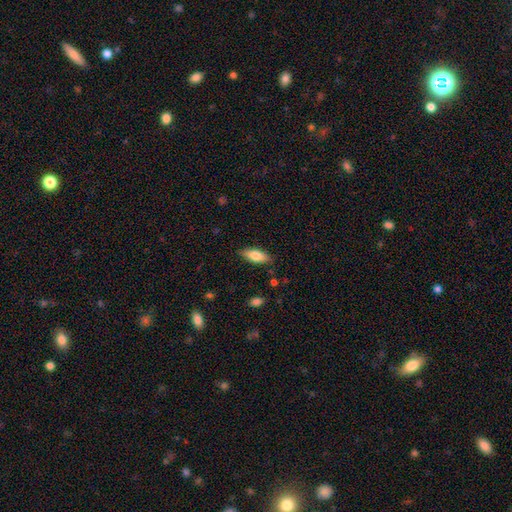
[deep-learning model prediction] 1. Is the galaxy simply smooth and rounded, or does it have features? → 78% smooth, 16% featured or disk, 6% star or artifact.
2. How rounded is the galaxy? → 73% in between, 25% cigar-shaped, 2% round.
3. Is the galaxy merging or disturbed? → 85% none, 12% minor disturbance, 2% major disturbance, 1% merger.